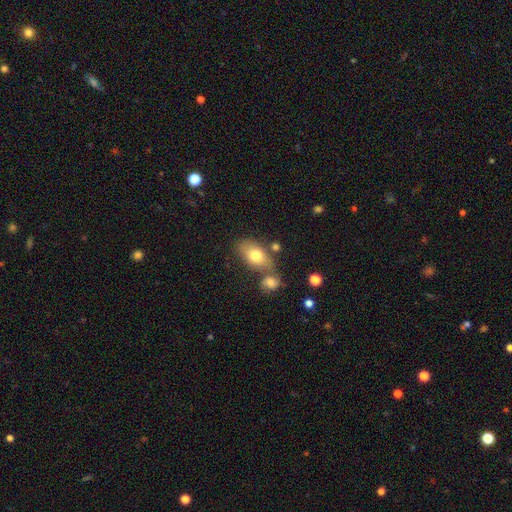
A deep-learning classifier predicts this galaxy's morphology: smooth 74%, featured or disk 18%, star or artifact 8%. Down the decision tree: how rounded — in between (88%); merging — none (54%).